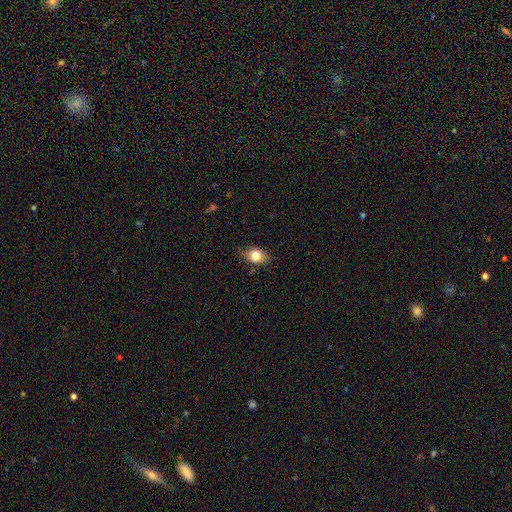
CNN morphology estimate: Smooth or featured?
  - smooth: 75% *
  - featured or disk: 16%
  - star or artifact: 9%
How rounded?
  - in between: 71% *
  - round: 26%
  - cigar-shaped: 3%
Merging?
  - none: 80% *
  - minor disturbance: 15%
  - major disturbance: 3%
  - merger: 1%